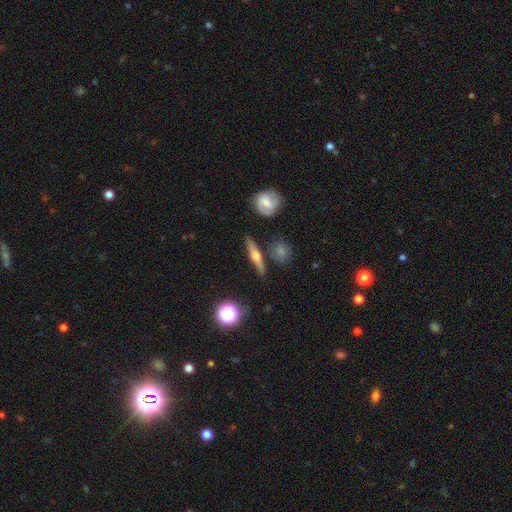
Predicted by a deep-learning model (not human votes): A featured or disk galaxy (64%) viewed edge-on (94%) with a rounded central bulge (91%).

Vote fractions:
- Smooth or featured? featured or disk: 64% / smooth: 29% / star or artifact: 8%
- Edge-on disk? yes: 94% / no: 6%
- Edge-on bulge? rounded: 91% / boxy: 5% / none: 4%
- Merging? none: 83% / minor disturbance: 10% / merger: 4% / major disturbance: 3%